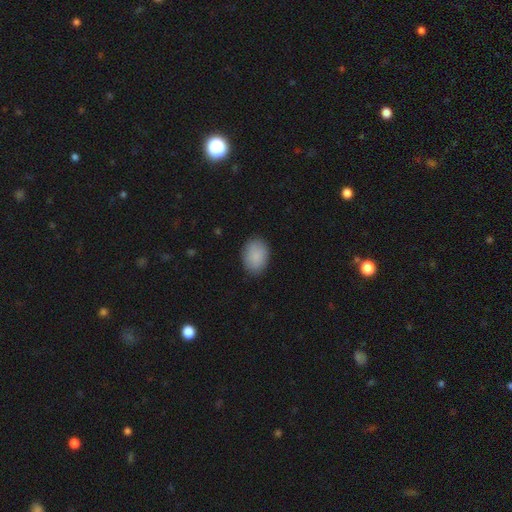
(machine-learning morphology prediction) A smooth galaxy with no disk features (89%) that is in between round and cigar-shaped (76%).

Vote fractions:
- Smooth or featured? smooth: 89% / star or artifact: 6% / featured or disk: 5%
- How rounded? in between: 76% / round: 23% / cigar-shaped: 1%
- Merging? none: 85% / minor disturbance: 11% / major disturbance: 3% / merger: 1%